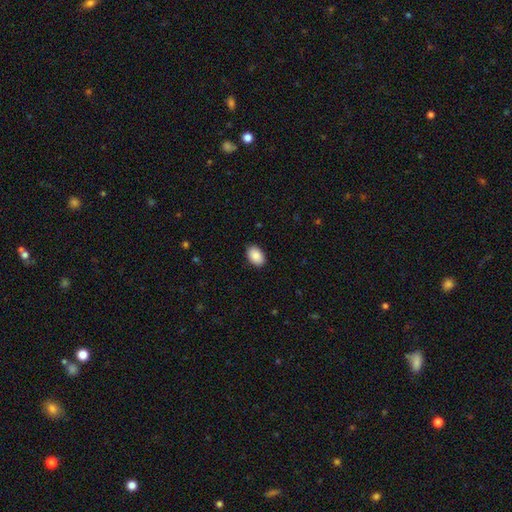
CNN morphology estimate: smooth_or_featured: smooth (p=0.90) [alt: star or artifact p=0.07]
how_rounded: in between (p=0.90) [alt: round p=0.09]
merging: none (p=0.90) [alt: minor disturbance p=0.08]